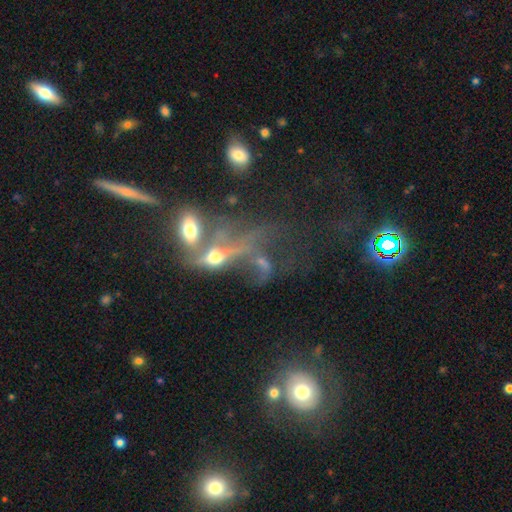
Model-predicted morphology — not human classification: Smooth or featured: featured or disk — 47% (star or artifact — 29%)
Merging: merger — 39% (major disturbance — 26%)